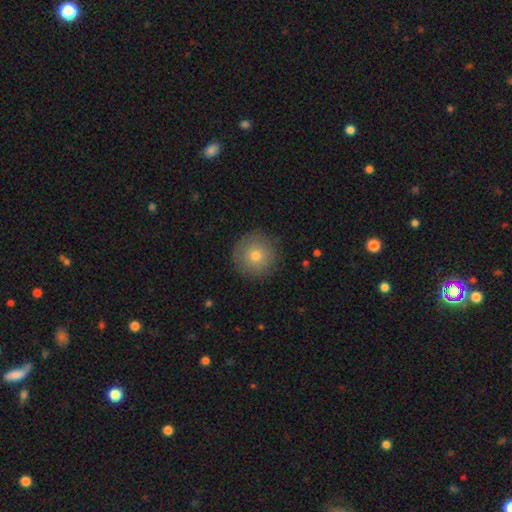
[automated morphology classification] smooth-or-featured: smooth: 75% | featured or disk: 14% | star or artifact: 11%
  how-rounded: round: 96% | in between: 3% | cigar-shaped: 1%
  merging: none: 89% | minor disturbance: 8% | major disturbance: 2% | merger: 1%